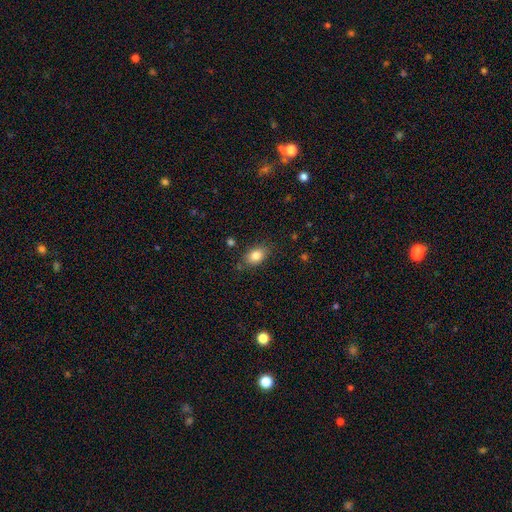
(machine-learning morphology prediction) This appears to be a smooth galaxy with no disk features (83%) that is in between round and cigar-shaped (80%). Merging: none (80%).